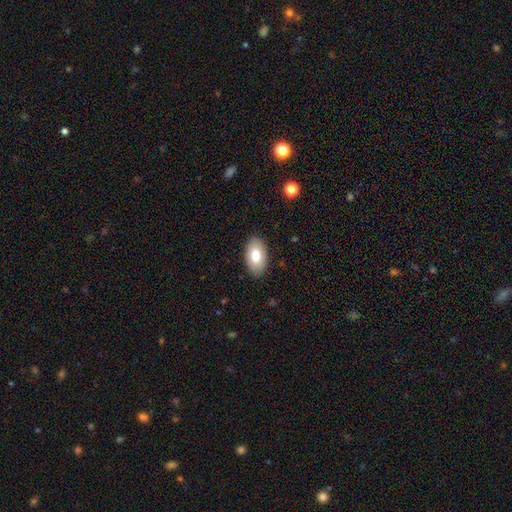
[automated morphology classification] This appears to be a smooth galaxy with no disk features (78%) that is in between round and cigar-shaped (94%). Merging: none (88%).